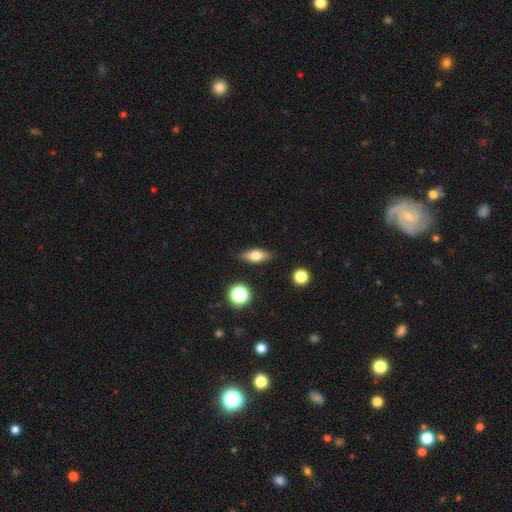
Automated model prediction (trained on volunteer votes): Q: Smooth or featured?
A: smooth (63%); runner-up: featured or disk (28%)
Q: How rounded?
A: in between (65%); runner-up: cigar-shaped (27%)
Q: Merging?
A: none (87%); runner-up: minor disturbance (9%)